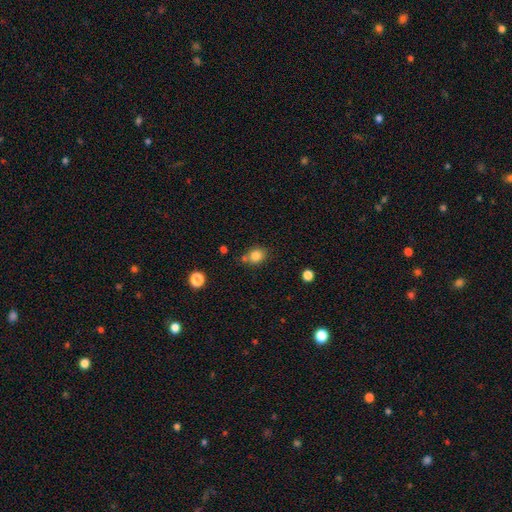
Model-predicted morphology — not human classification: smooth 82%, star or artifact 11%, featured or disk 6%. Down the decision tree: how rounded — round (65%); merging — none (67%).